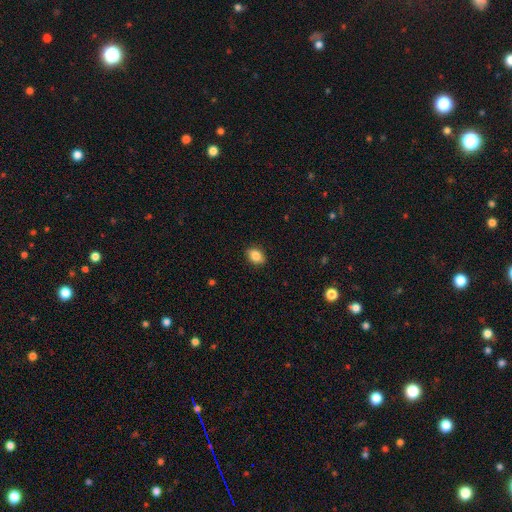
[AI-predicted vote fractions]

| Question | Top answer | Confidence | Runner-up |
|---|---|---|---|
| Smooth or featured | smooth | 87% | star or artifact (8%) |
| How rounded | in between | 80% | round (19%) |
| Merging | none | 89% | minor disturbance (8%) |